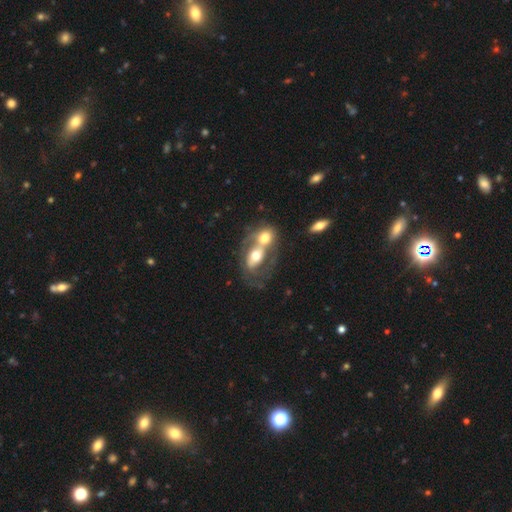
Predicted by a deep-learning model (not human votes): A featured or disk galaxy (54%) with no bar (65%), spiral arms (52%) and a moderate central bulge (60%). Merging: merger (75%).